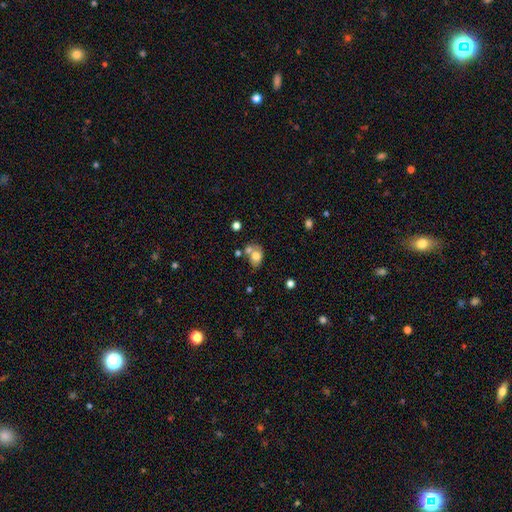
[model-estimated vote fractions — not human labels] This is likely a smooth galaxy (71%). How rounded: likely in between (68%). Merging: marginally merger (38%).